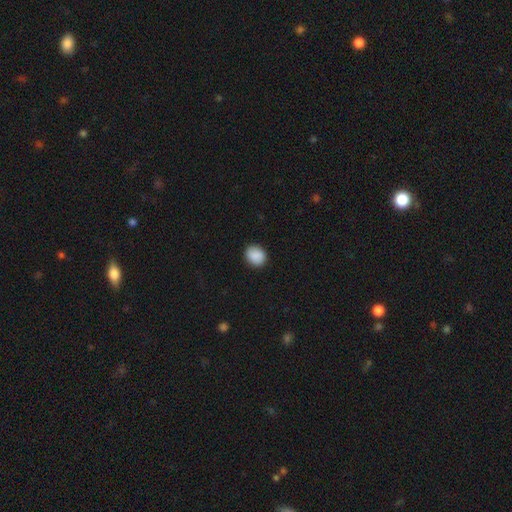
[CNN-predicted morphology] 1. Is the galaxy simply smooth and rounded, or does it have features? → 89% smooth, 8% star or artifact, 3% featured or disk.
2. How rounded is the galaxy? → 62% round, 37% in between, 1% cigar-shaped.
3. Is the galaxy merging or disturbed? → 89% none, 8% minor disturbance, 2% major disturbance, 1% merger.